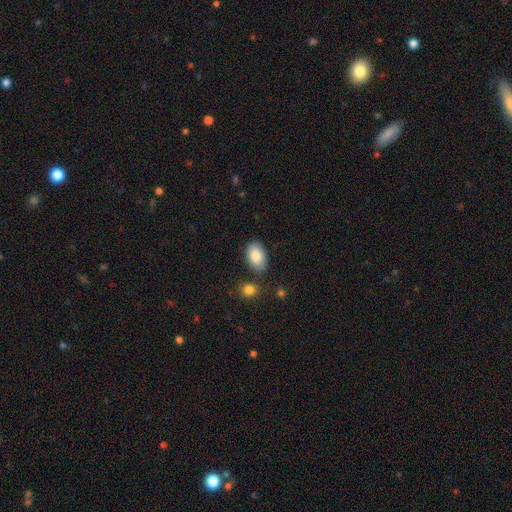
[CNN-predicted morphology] Smooth or featured? smooth (86%)
How rounded? in between (91%)
Merging? none (78%)